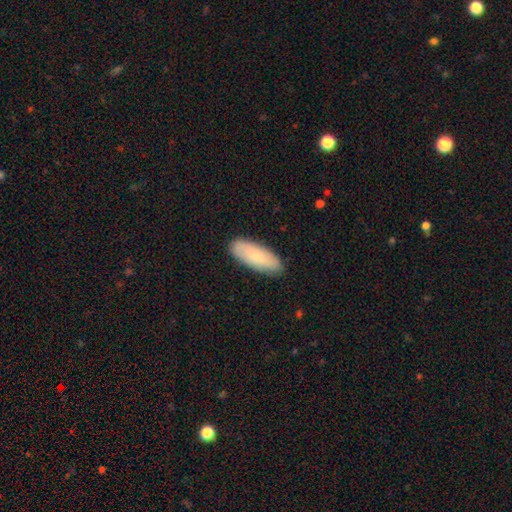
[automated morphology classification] This appears to be a smooth galaxy with no disk features (72%) that is in between round and cigar-shaped (76%). Merging: none (87%).